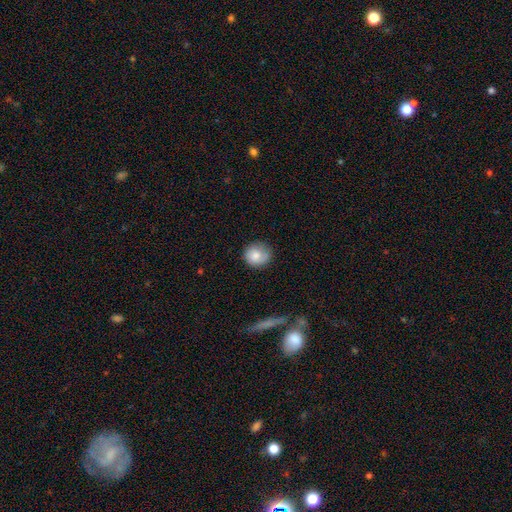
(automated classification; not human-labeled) Smooth or featured?
  - smooth: 80% *
  - featured or disk: 13%
  - star or artifact: 8%
How rounded?
  - round: 89% *
  - in between: 10%
  - cigar-shaped: 1%
Merging?
  - none: 74% *
  - minor disturbance: 20%
  - major disturbance: 5%
  - merger: 2%